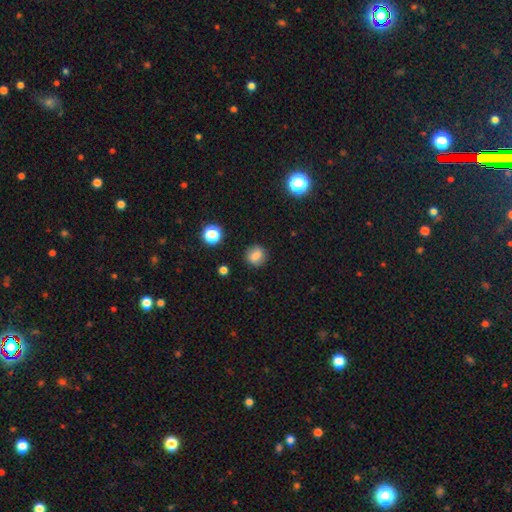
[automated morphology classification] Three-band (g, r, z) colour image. It shows a smooth galaxy with no disk features (81%) that is round (78%). Merging: none (86%).